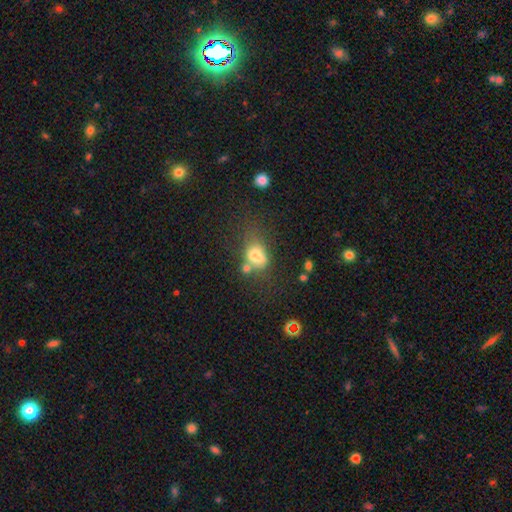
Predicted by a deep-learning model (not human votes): Overall: smooth (70%). How rounded: in between (68%; round 30%). Merging: merger (30%, tied with none).